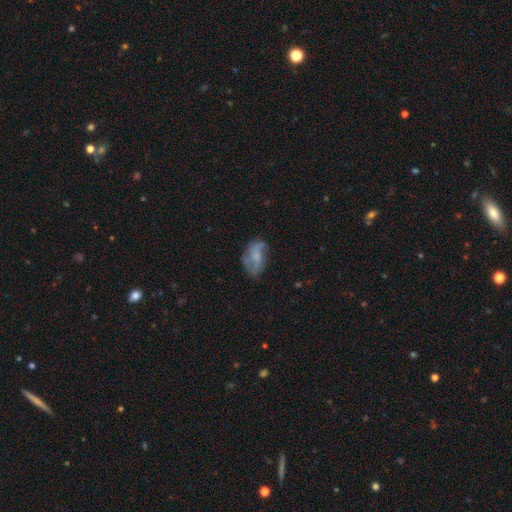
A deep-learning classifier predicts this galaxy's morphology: A featured or disk galaxy (59%) with no bar (55%), spiral arms (81%) and a small central bulge (43%). Merging: none (58%).